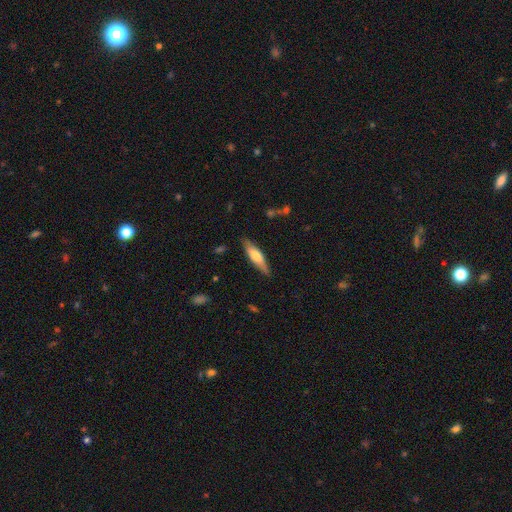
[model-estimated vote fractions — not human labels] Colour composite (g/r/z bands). It shows a smooth galaxy with no disk features (58%) that is cigar-shaped (69%). Merging: none (83%).